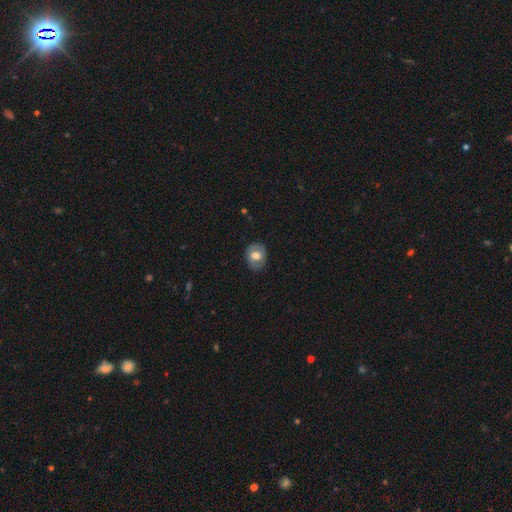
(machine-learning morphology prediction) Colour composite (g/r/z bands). It shows a smooth galaxy with no disk features (60%) that is round (56%). Merging: none (83%).